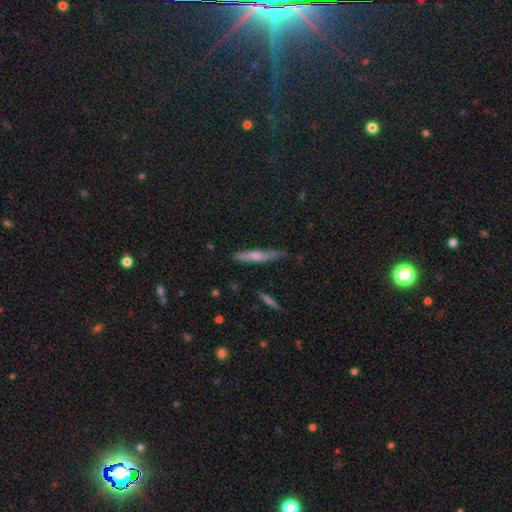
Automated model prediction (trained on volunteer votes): Morphology: type=featured or disk (54%); edge-on=yes (93%); edge-on bulge=rounded (73%); merging=none (78%).